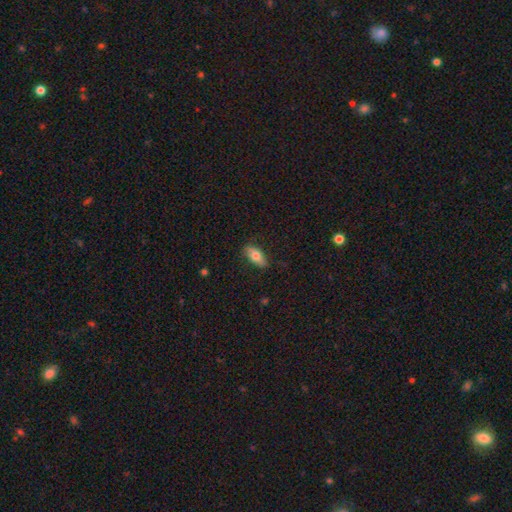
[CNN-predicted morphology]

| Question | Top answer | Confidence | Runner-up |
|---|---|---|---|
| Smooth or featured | smooth | 73% | featured or disk (21%) |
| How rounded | in between | 81% | cigar-shaped (16%) |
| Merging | none | 84% | minor disturbance (12%) |